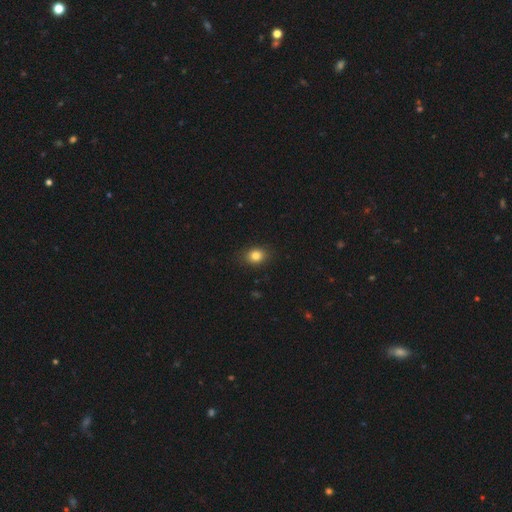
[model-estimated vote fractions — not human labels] A smooth galaxy with no disk features (82%) that is round (50%).

Vote fractions:
- Smooth or featured? smooth: 82% / star or artifact: 11% / featured or disk: 7%
- How rounded? round: 50% / in between: 49% / cigar-shaped: 1%
- Merging? none: 87% / minor disturbance: 10% / major disturbance: 2% / merger: 1%